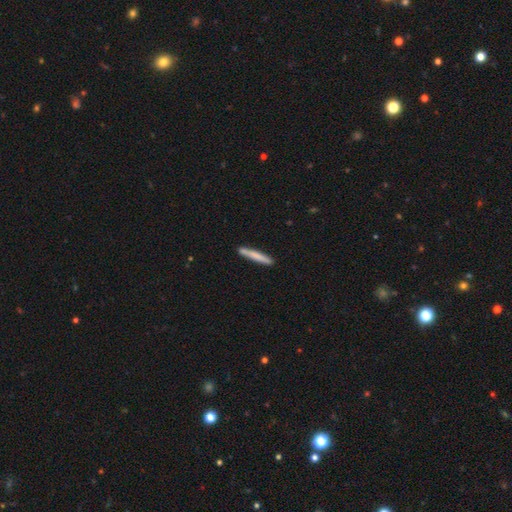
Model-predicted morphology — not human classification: Smooth or featured? smooth (74%)
How rounded? cigar-shaped (96%)
Merging? none (85%)